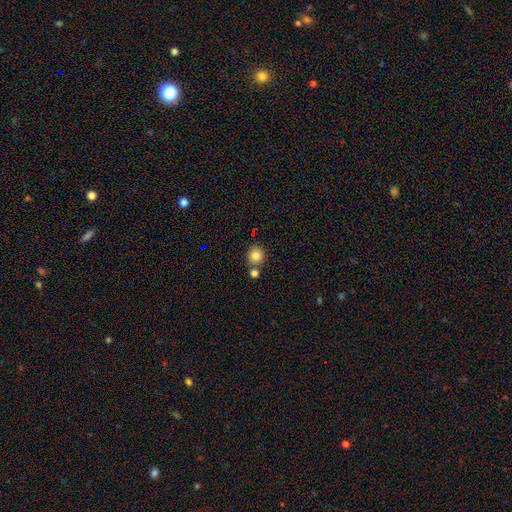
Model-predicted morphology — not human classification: Smooth or featured? smooth (83%)
How rounded? round (87%)
Merging? none (71%)